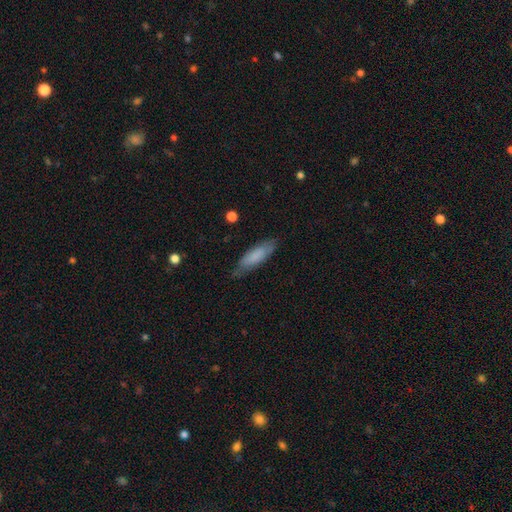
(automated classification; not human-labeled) smooth 75%, featured or disk 19%, star or artifact 6%. Down the decision tree: how rounded — cigar-shaped (52%); merging — none (75%).